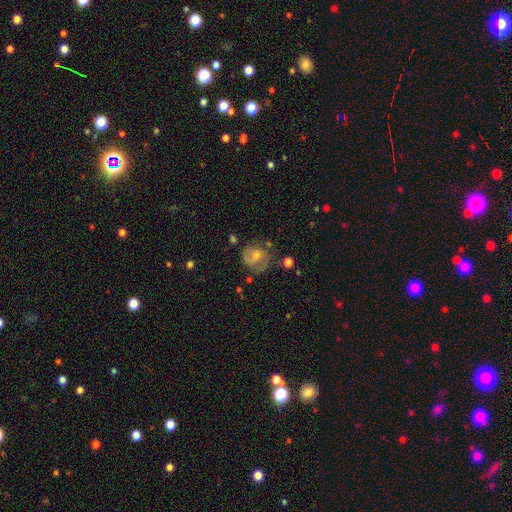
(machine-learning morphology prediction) featured or disk 65%, smooth 24%, star or artifact 11%. Down the decision tree: edge-on disk — no (97%); bar — no (55%); spiral arms — yes (84%); spiral arm count — 2 (57%); spiral winding — tight (45%); bulge size — moderate (46%, tied with small); merging — none (65%).